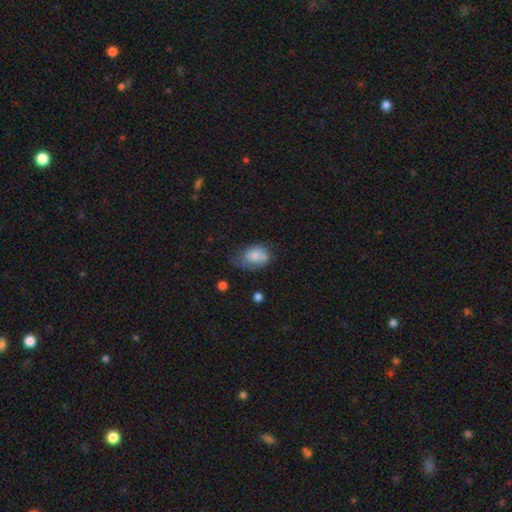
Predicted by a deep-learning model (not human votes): smooth_or_featured: smooth (p=0.77) [alt: featured or disk p=0.14]
how_rounded: in between (p=0.77) [alt: round p=0.22]
merging: none (p=0.38) [tied with: minor disturbance p=0.38]